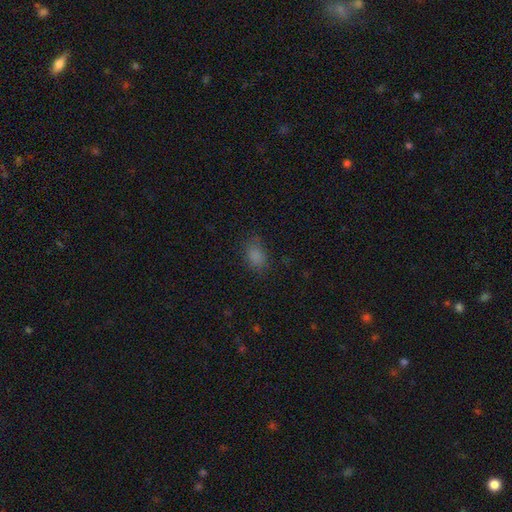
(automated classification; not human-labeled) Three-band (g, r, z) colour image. It shows a smooth galaxy with no disk features (82%) that is in between round and cigar-shaped (78%). Merging: none (76%).